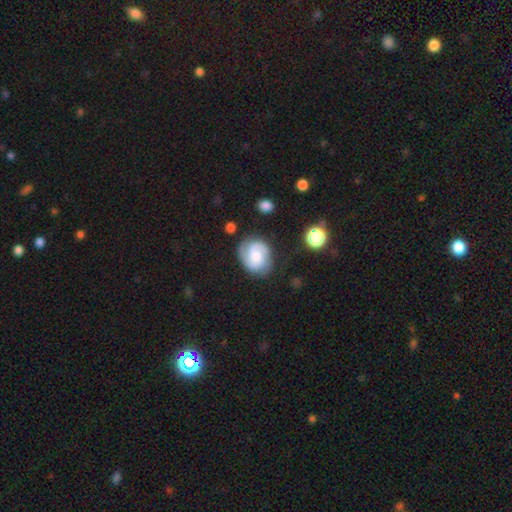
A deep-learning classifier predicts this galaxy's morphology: Smooth or featured? featured or disk (71%)
Edge-on disk? no (98%)
Bar? no (61%)
Spiral arms? yes (95%)
Spiral winding? tight (46%)
Spiral arm count? 2 (74%)
Bulge size? moderate (44%)
Merging? none (74%)